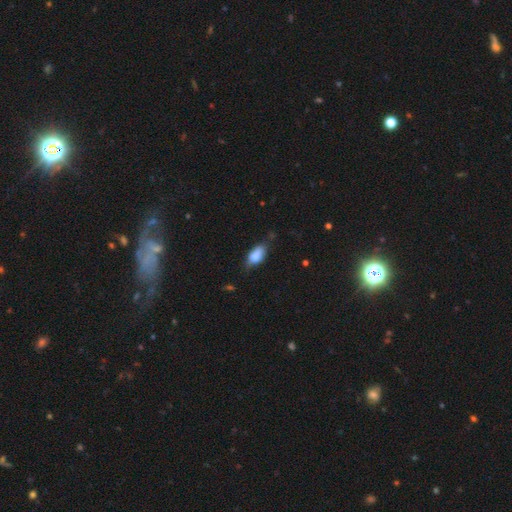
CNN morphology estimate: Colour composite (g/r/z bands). It shows a smooth galaxy with no disk features (76%) that is in between round and cigar-shaped (86%). Merging: none (50%).